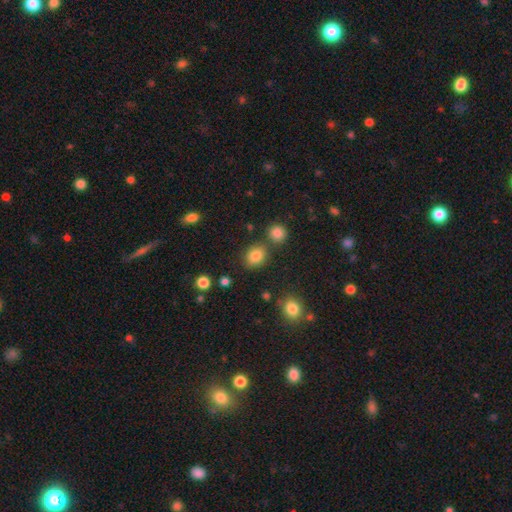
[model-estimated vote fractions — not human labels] Smooth or featured? Predicted: smooth (p=0.83). How rounded? Predicted: round (p=0.53). Merging? Predicted: none (p=0.75).